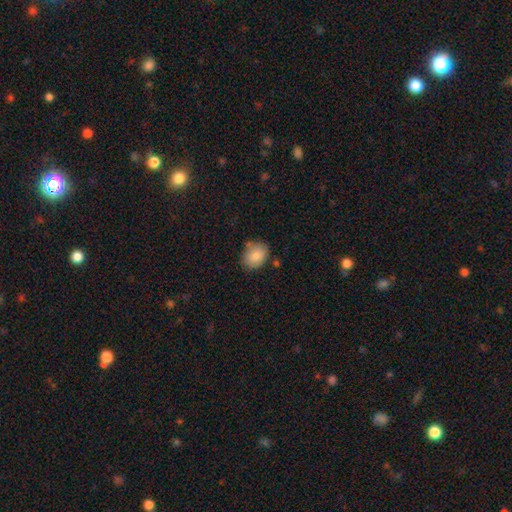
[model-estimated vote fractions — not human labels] smooth 85%, star or artifact 8%, featured or disk 7%. Down the decision tree: how rounded — in between (60%); merging — none (72%).